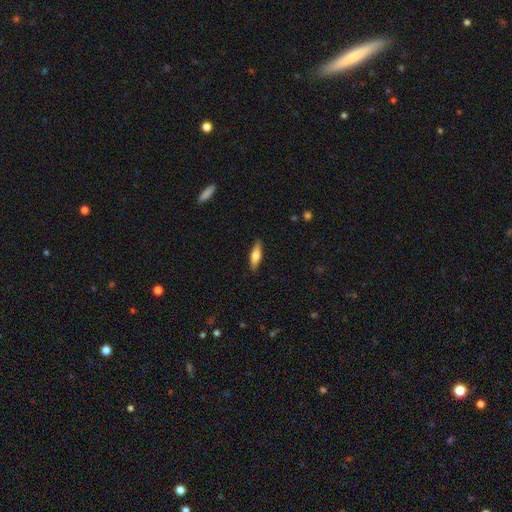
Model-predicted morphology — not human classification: Smooth or featured? smooth (62%)
How rounded? cigar-shaped (56%)
Merging? none (88%)